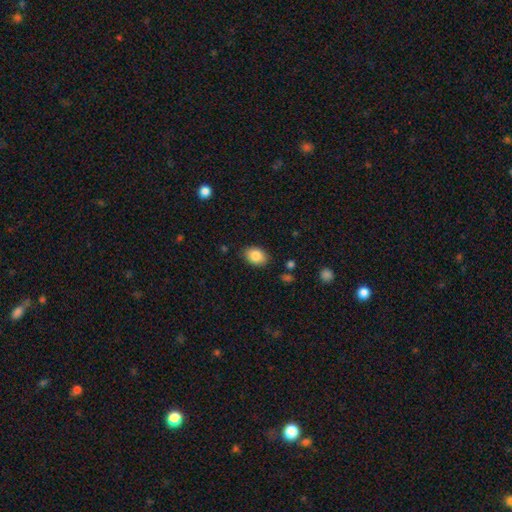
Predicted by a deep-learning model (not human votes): Smooth or featured? smooth (86%)
How rounded? in between (76%)
Merging? none (85%)